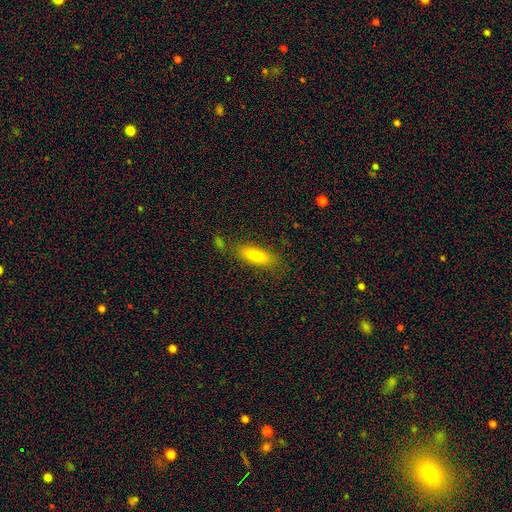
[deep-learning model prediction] This appears to be a smooth galaxy with no disk features (73%) that is in between round and cigar-shaped (59%). Merging: none (77%).